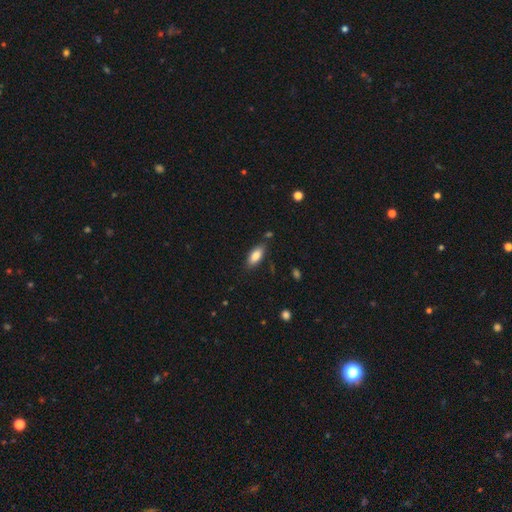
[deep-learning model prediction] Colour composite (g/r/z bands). It shows a smooth galaxy with no disk features (82%) that is in between round and cigar-shaped (84%). Merging: none (80%).